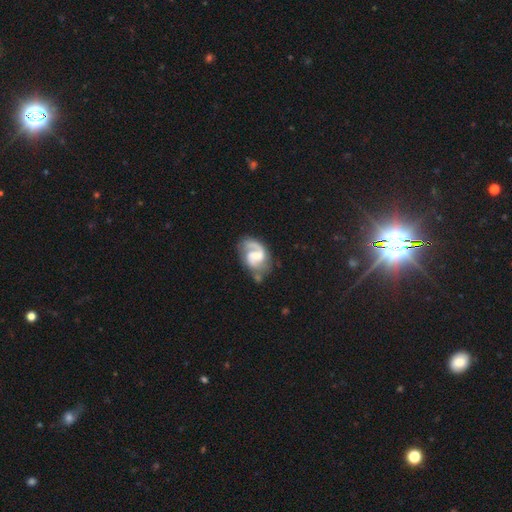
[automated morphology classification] A featured or disk galaxy (82%) with a weak bar (51%), 2 (69%) medium (50%) spiral arms (95%) and a moderate central bulge (29%).

Vote fractions:
- Smooth or featured? featured or disk: 82% / smooth: 12% / star or artifact: 5%
- Edge-on disk? no: 98% / yes: 2%
- Bar? weak: 51% / no: 30% / strong: 19%
- Spiral arms? yes: 95% / no: 5%
- Spiral winding? medium: 50% / tight: 26% / loose: 25%
- Spiral arm count? 2: 69% / 1: 23% / can't tell: 4% / 3: 1% / 4: 1% / more than 4: 1%
- Bulge size? moderate: 29% / none: 28% / small: 24% / large: 16% / dominant: 2%
- Merging? none: 55% / minor disturbance: 24% / major disturbance: 15% / merger: 6%